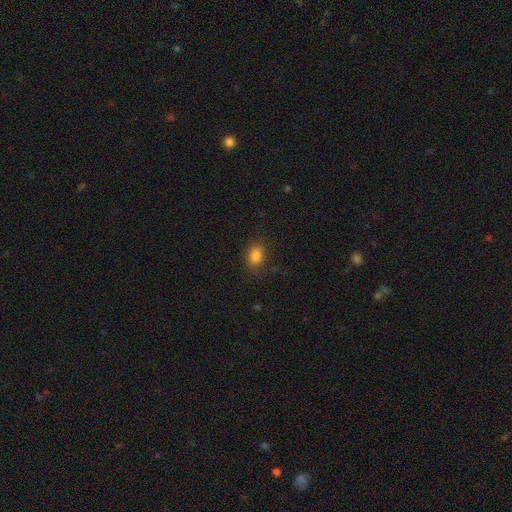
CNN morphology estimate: A smooth galaxy with no disk features (85%) that is in between round and cigar-shaped (73%).

Vote fractions:
- Smooth or featured? smooth: 85% / star or artifact: 11% / featured or disk: 5%
- How rounded? in between: 73% / round: 26% / cigar-shaped: 1%
- Merging? none: 84% / minor disturbance: 11% / major disturbance: 4% / merger: 1%